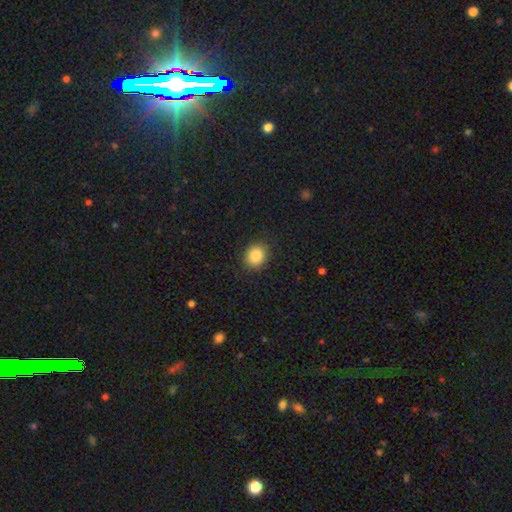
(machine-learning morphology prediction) Smooth or featured? Predicted: smooth (p=0.85). How rounded? Predicted: round (p=0.69). Merging? Predicted: none (p=0.89).